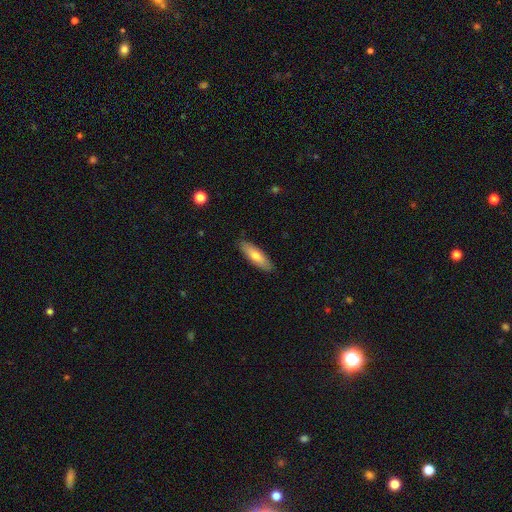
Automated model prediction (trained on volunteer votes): Smooth or featured? Predicted: smooth (p=0.70). How rounded? Predicted: cigar-shaped (p=0.55). Merging? Predicted: none (p=0.88).